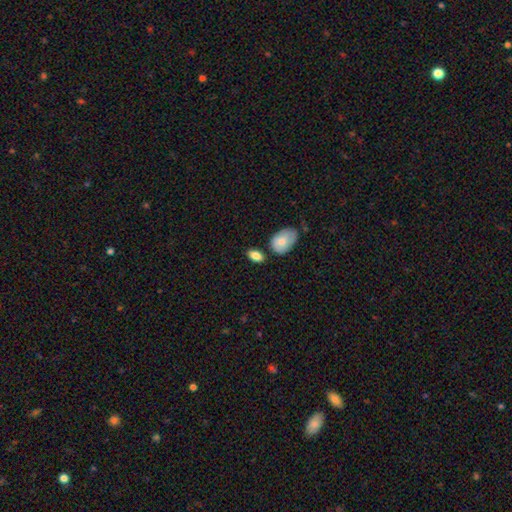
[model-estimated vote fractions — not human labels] Q: Smooth or featured?
A: smooth (84%); runner-up: featured or disk (9%)
Q: How rounded?
A: in between (90%); runner-up: round (7%)
Q: Merging?
A: none (72%); runner-up: minor disturbance (16%)